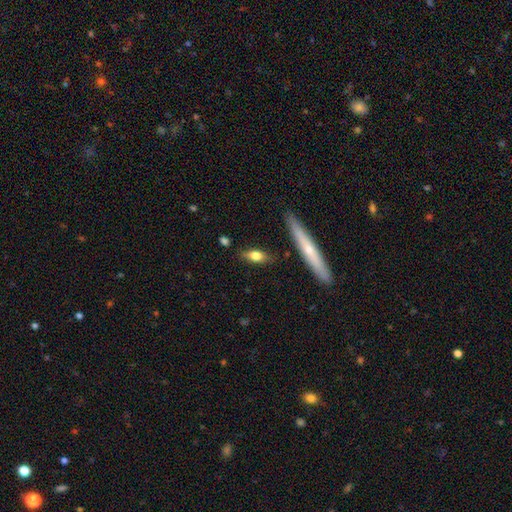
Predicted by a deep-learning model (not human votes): The model was most divided on "how rounded": in between: 62%, cigar-shaped: 33%, round: 5%. More confident: merging — none (80%); smooth or featured — smooth (67%).